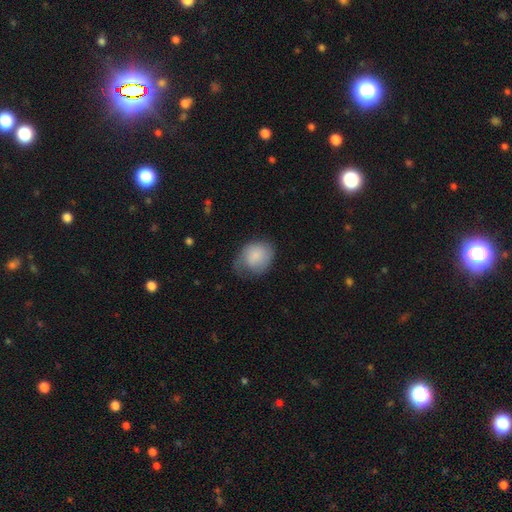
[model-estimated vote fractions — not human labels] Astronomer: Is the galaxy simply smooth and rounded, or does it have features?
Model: smooth — 80%.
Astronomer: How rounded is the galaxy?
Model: round — 55% (runner-up: in between, 45%).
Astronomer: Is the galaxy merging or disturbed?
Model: none — 41% (runner-up: minor disturbance, 39%).